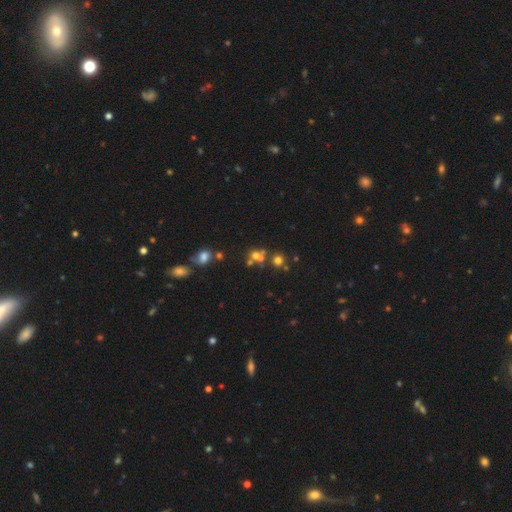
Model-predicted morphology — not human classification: type=star or artifact (43%).